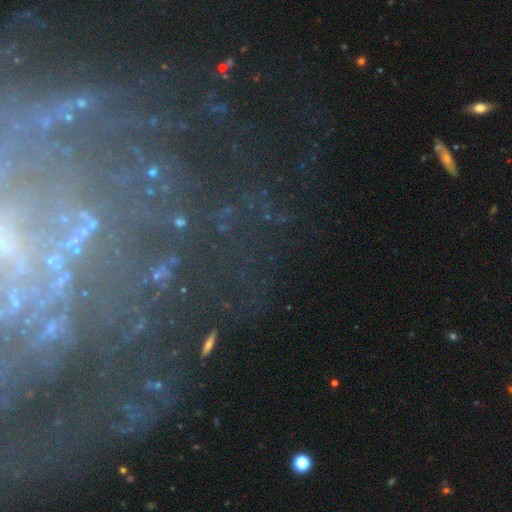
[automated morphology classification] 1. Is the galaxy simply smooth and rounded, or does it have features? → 62% featured or disk, 27% star or artifact, 12% smooth.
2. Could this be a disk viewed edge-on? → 92% no, 8% yes.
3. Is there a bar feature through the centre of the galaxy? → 51% no, 28% weak, 21% strong.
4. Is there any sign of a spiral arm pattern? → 74% yes, 26% no.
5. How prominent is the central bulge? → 55% small, 21% none, 16% moderate, 4% large, 3% dominant.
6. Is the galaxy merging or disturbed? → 61% none, 17% major disturbance, 16% minor disturbance, 6% merger.